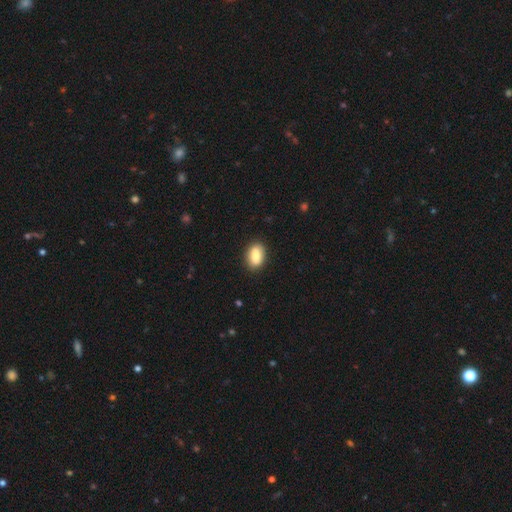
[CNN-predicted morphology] Smooth or featured? Predicted: smooth (p=0.84). How rounded? Predicted: in between (p=0.85). Merging? Predicted: none (p=0.87).